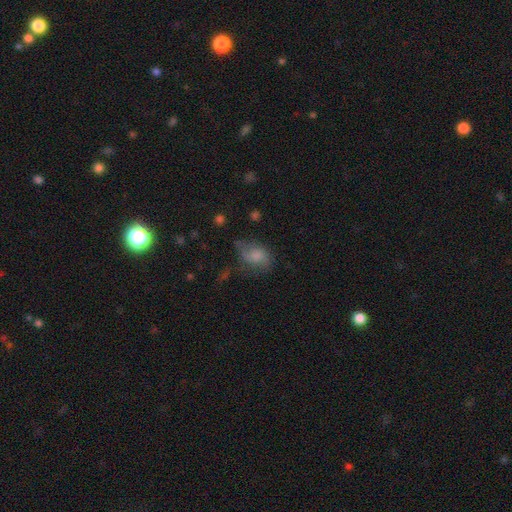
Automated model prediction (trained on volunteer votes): The model was most divided on "merging": none: 42%, minor disturbance: 30%, major disturbance: 24%, merger: 4%. More confident: how rounded — in between (78%); smooth or featured — smooth (65%).